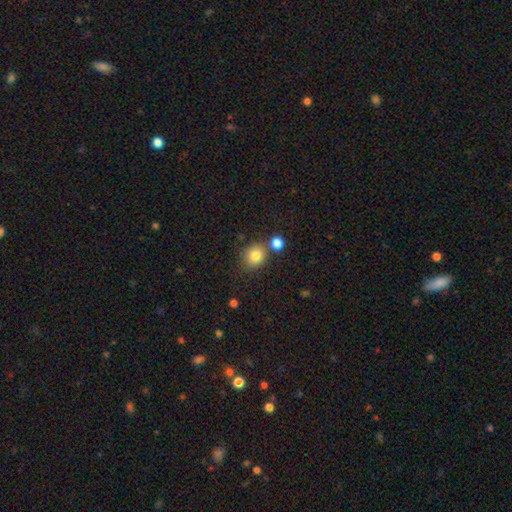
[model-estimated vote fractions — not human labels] Smooth or featured?
  - smooth: 82% *
  - star or artifact: 11%
  - featured or disk: 7%
How rounded?
  - round: 77% *
  - in between: 22%
  - cigar-shaped: 1%
Merging?
  - none: 70% *
  - merger: 15%
  - minor disturbance: 11%
  - major disturbance: 3%